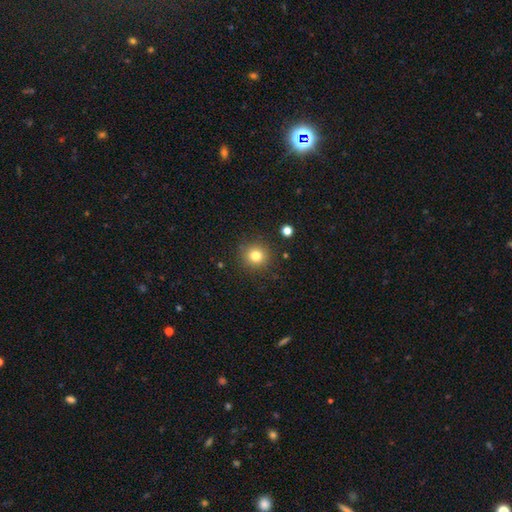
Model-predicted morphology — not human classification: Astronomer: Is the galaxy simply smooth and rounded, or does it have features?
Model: smooth — 80%.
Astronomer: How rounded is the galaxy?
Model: round — 93%.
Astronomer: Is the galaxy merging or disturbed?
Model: none — 89%.